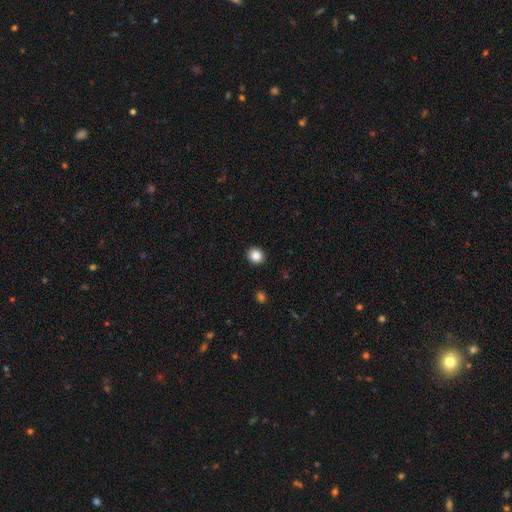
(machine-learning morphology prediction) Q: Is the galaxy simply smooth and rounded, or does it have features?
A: smooth — 85%.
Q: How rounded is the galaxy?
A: round — 85%.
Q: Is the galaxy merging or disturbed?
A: none — 93%.